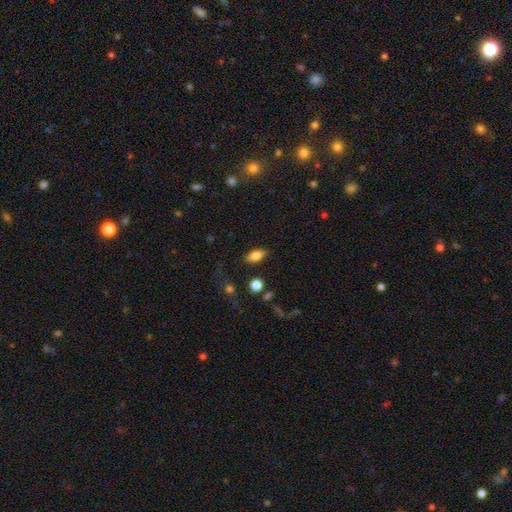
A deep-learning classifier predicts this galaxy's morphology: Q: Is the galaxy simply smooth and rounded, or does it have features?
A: smooth — 76%.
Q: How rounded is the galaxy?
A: in between — 84%.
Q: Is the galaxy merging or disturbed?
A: none — 85%.